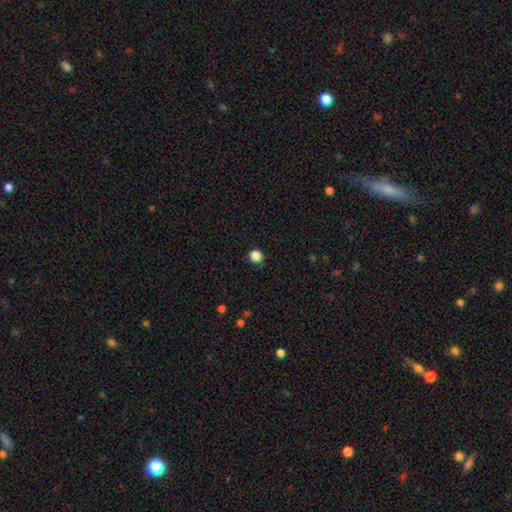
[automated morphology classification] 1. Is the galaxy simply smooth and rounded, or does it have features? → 85% smooth, 12% star or artifact, 3% featured or disk.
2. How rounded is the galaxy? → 94% round, 5% in between, 1% cigar-shaped.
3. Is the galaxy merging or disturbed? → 89% none, 8% minor disturbance, 2% major disturbance, 1% merger.